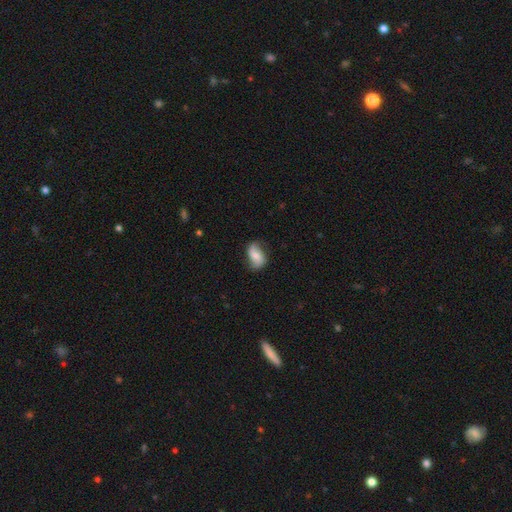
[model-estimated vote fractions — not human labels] The model was most divided on "smooth or featured": smooth: 53%, featured or disk: 40%, star or artifact: 8%. More confident: how rounded — in between (87%); merging — none (66%).